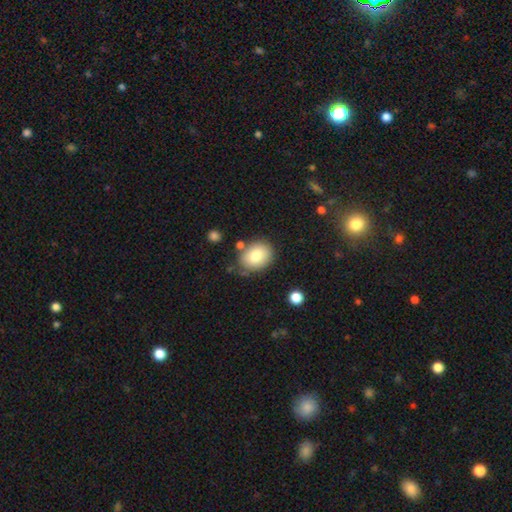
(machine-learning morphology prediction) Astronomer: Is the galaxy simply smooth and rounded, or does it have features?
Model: smooth — 80%.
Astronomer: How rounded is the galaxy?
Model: in between — 59% (runner-up: round, 40%).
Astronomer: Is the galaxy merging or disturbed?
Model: none — 73%.